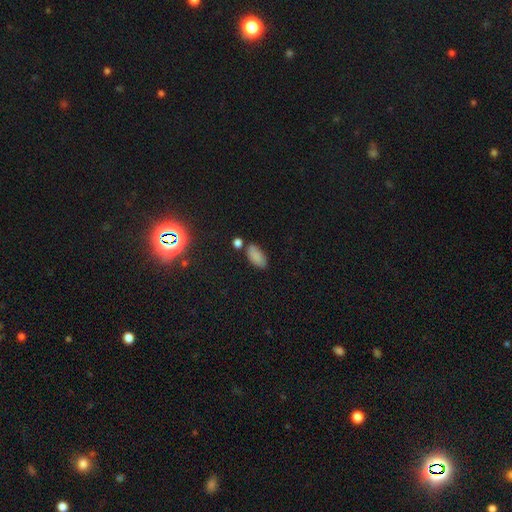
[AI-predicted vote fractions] Smooth or featured: smooth — 83% (star or artifact — 11%)
How rounded: in between — 92% (cigar-shaped — 5%)
Merging: none — 69% (minor disturbance — 17%)